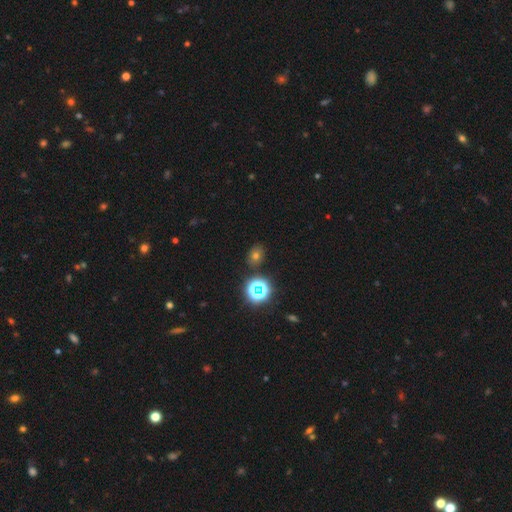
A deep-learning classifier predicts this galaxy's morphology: smooth_or_featured: smooth (p=0.62) [alt: star or artifact p=0.29]
how_rounded: in between (p=0.51) [alt: round p=0.48]
merging: none (p=0.84) [alt: minor disturbance p=0.09]